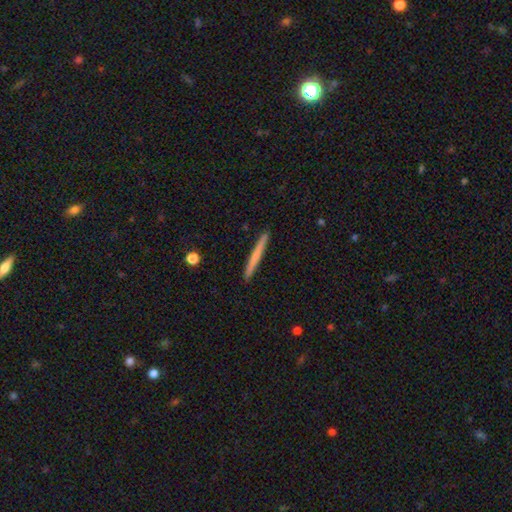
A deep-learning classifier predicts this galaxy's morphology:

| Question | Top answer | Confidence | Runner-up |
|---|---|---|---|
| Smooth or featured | smooth | 58% | featured or disk (37%) |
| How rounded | cigar-shaped | 97% | in between (2%) |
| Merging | none | 92% | minor disturbance (5%) |